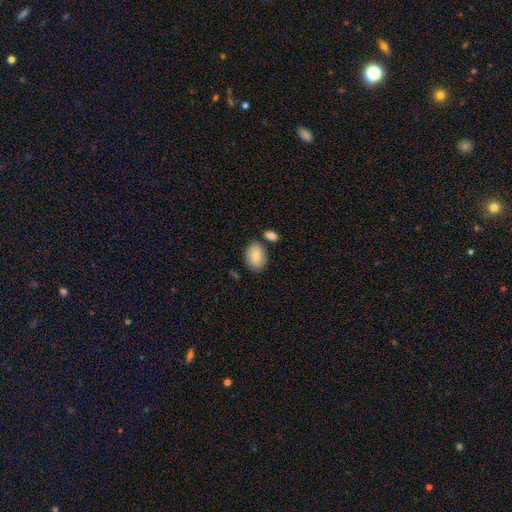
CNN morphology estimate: smooth-or-featured: smooth: 79% | featured or disk: 14% | star or artifact: 7%
  how-rounded: in between: 80% | round: 19% | cigar-shaped: 1%
  merging: none: 71% | minor disturbance: 15% | merger: 11% | major disturbance: 3%